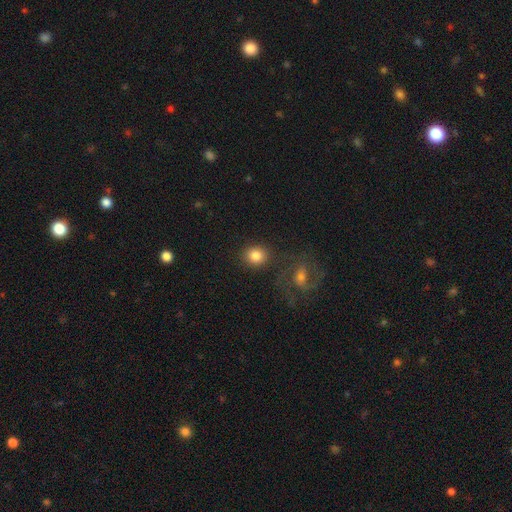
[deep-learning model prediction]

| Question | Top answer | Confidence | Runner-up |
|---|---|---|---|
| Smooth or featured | smooth | 83% | star or artifact (9%) |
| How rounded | round | 79% | in between (20%) |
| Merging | none | 80% | minor disturbance (9%) |